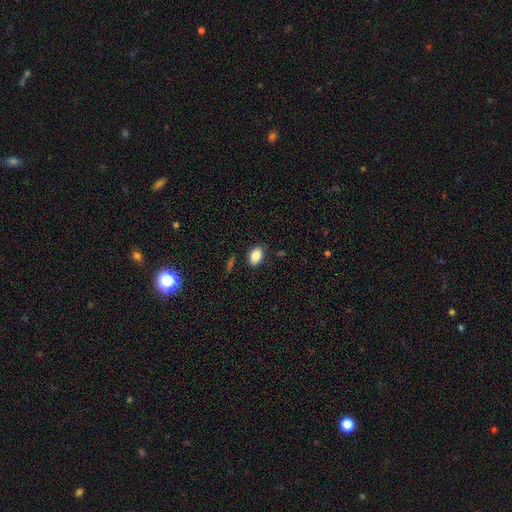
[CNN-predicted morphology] smooth-or-featured: smooth: 86% | star or artifact: 8% | featured or disk: 5%
  how-rounded: in between: 83% | round: 16% | cigar-shaped: 1%
  merging: none: 84% | minor disturbance: 11% | major disturbance: 3% | merger: 2%